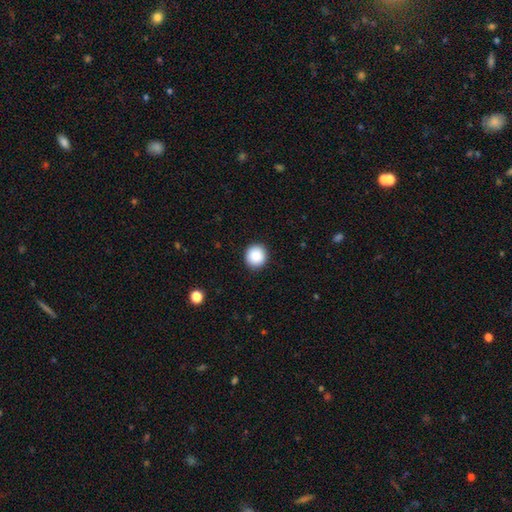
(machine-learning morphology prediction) The model was most divided on "smooth or featured": smooth: 89%, star or artifact: 9%, featured or disk: 3%. More confident: how rounded — round (93%); merging — none (92%).